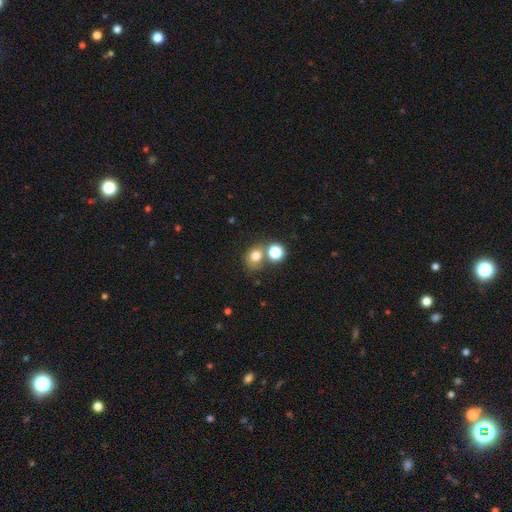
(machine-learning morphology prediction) Q: Smooth or featured?
A: smooth (75%); runner-up: star or artifact (16%)
Q: How rounded?
A: round (69%); runner-up: in between (30%)
Q: Merging?
A: none (57%); runner-up: merger (27%)